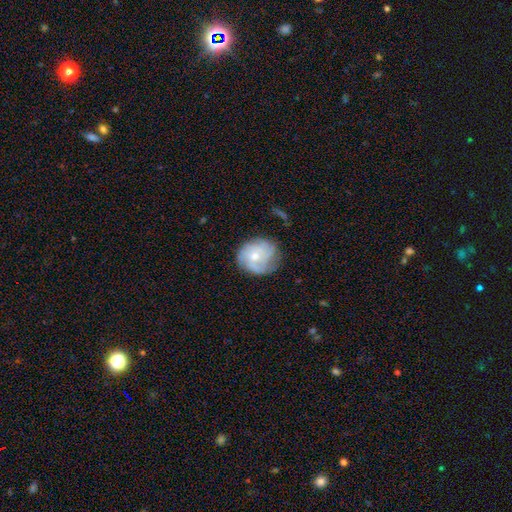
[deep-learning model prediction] A featured or disk galaxy (61%) with no bar (78%), spiral arms (83%) and a moderate central bulge (50%).

Vote fractions:
- Smooth or featured? featured or disk: 61% / smooth: 32% / star or artifact: 7%
- Edge-on disk? no: 98% / yes: 2%
- Bar? no: 78% / weak: 20% / strong: 2%
- Spiral arms? yes: 83% / no: 17%
- Bulge size? moderate: 50% / small: 44% / large: 3% / none: 2% / dominant: 1%
- Merging? none: 63% / minor disturbance: 25% / major disturbance: 11% / merger: 2%